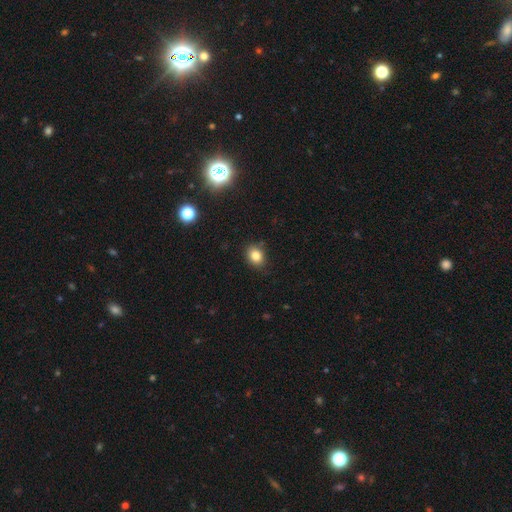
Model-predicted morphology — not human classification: A smooth galaxy with no disk features (83%) that is in between round and cigar-shaped (52%). Merging: none (85%).